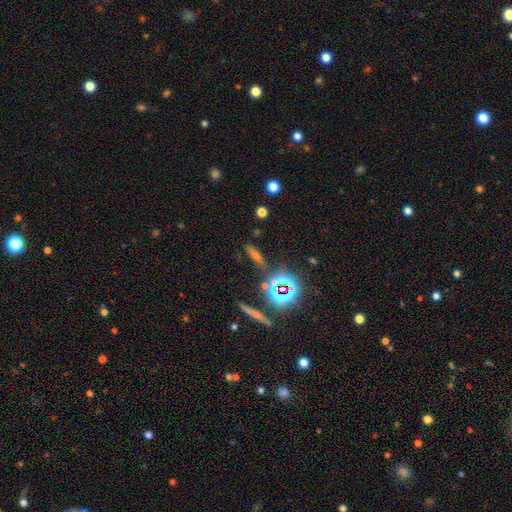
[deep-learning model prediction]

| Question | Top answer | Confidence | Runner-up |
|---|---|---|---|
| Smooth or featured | star or artifact | 39% | smooth (35%) |